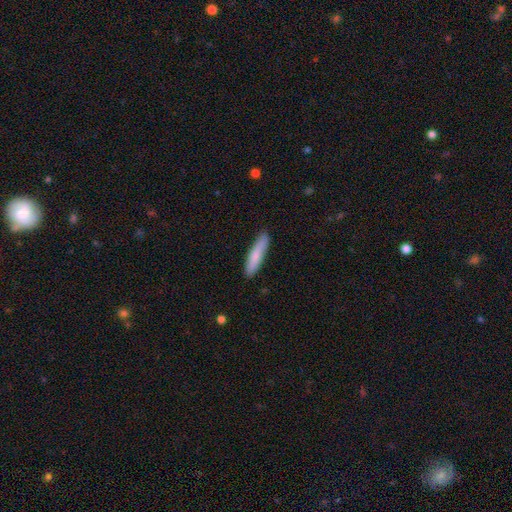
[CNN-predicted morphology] This is likely a smooth galaxy (77%). How rounded: clearly cigar-shaped (86%). Merging: clearly none (86%).